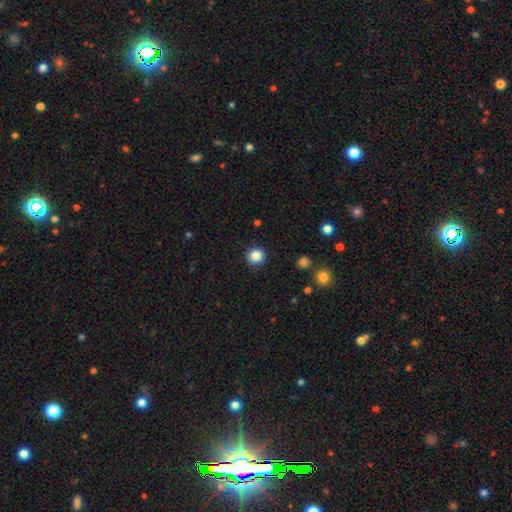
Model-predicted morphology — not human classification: This appears to be a smooth galaxy with no disk features (85%) that is round (94%). Merging: none (91%).